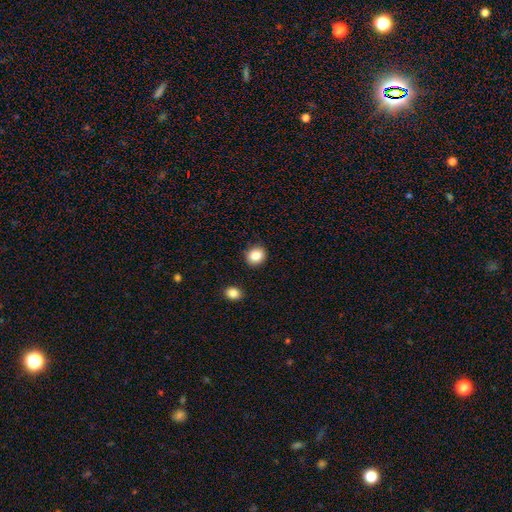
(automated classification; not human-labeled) Smooth or featured? Predicted: smooth (p=0.85). How rounded? Predicted: round (p=0.78). Merging? Predicted: none (p=0.88).